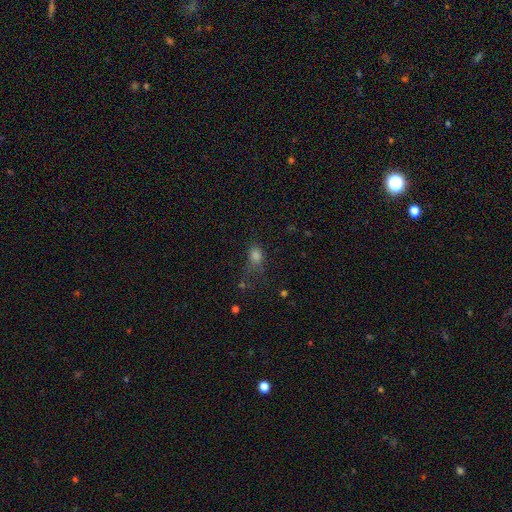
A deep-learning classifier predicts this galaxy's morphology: Overall: smooth (72%). How rounded: in between (56%; round 41%). Merging: none (44%; major disturbance 26%).